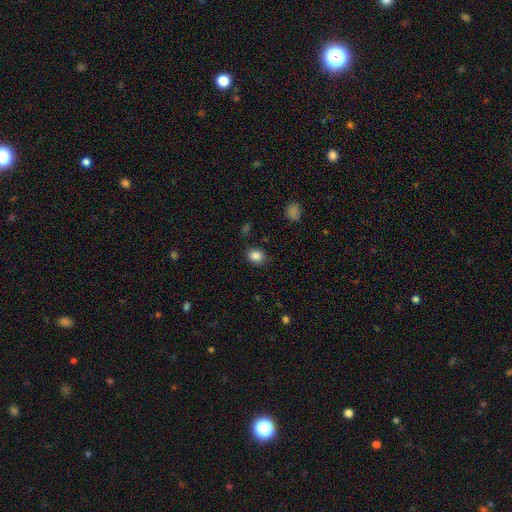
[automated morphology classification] A smooth galaxy with no disk features (85%) that is round (57%). Merging: none (84%).